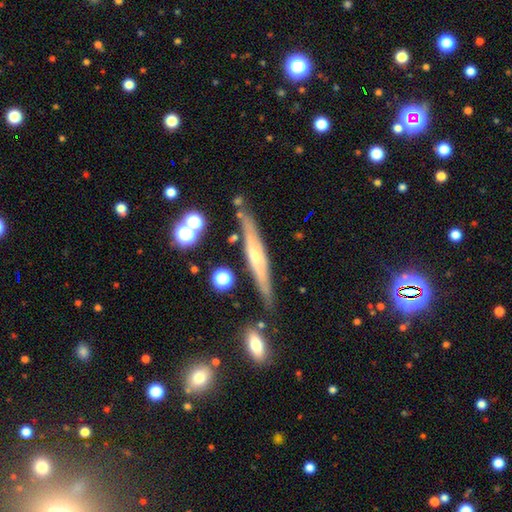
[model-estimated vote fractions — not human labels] Morphology: type=featured or disk (64%); edge-on=yes (91%); edge-on bulge=rounded (71%); merging=none (79%).